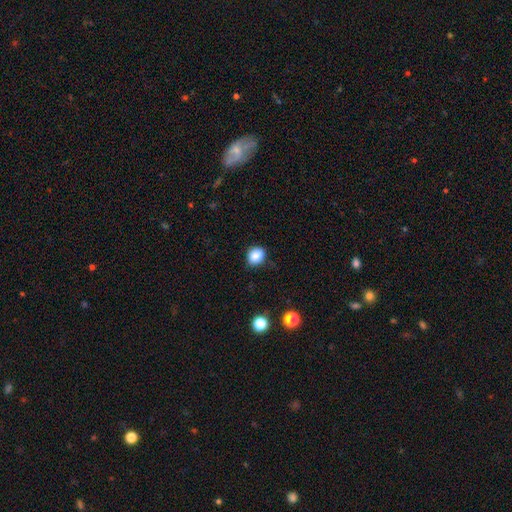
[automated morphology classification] A smooth galaxy with no disk features (85%) that is round (65%).

Vote fractions:
- Smooth or featured? smooth: 85% / star or artifact: 10% / featured or disk: 5%
- How rounded? round: 65% / in between: 34% / cigar-shaped: 1%
- Merging? none: 80% / minor disturbance: 16% / major disturbance: 3% / merger: 1%